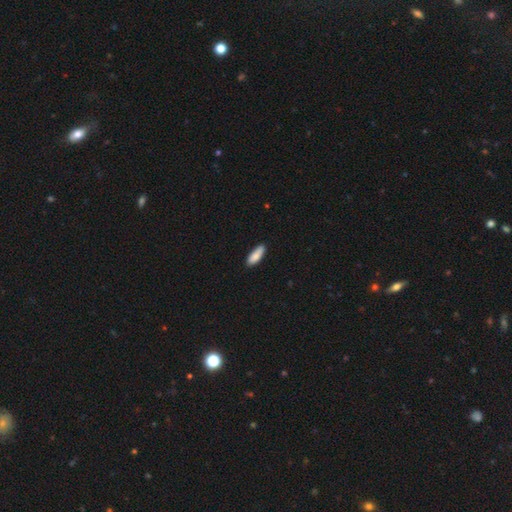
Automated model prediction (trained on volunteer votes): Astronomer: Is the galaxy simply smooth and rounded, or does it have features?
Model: smooth — 87%.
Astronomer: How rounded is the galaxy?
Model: in between — 63%.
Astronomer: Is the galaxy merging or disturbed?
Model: none — 83%.